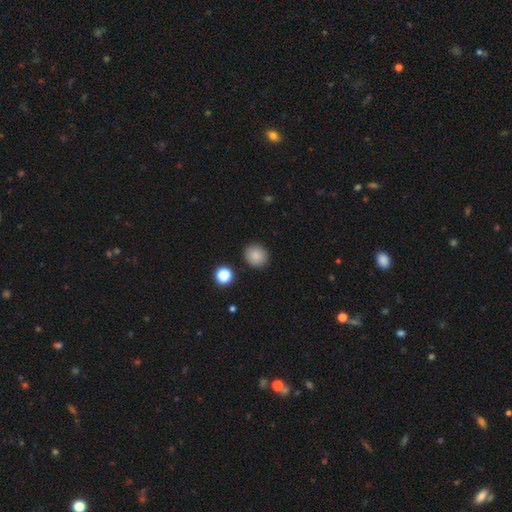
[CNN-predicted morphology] Smooth or featured? smooth (85%)
How rounded? round (80%)
Merging? none (90%)